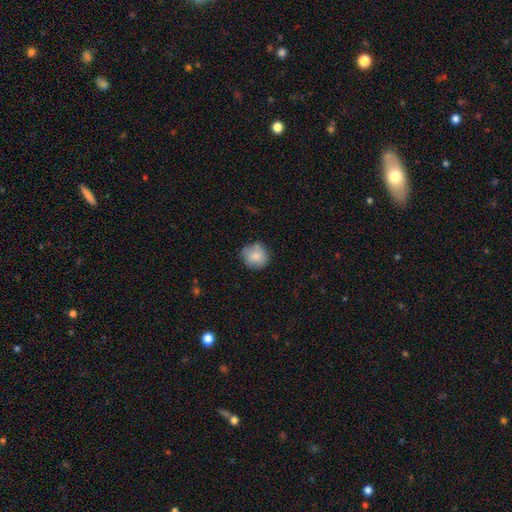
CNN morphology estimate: Smooth or featured: smooth — 81% (featured or disk — 11%)
How rounded: round — 89% (in between — 10%)
Merging: none — 74% (minor disturbance — 19%)